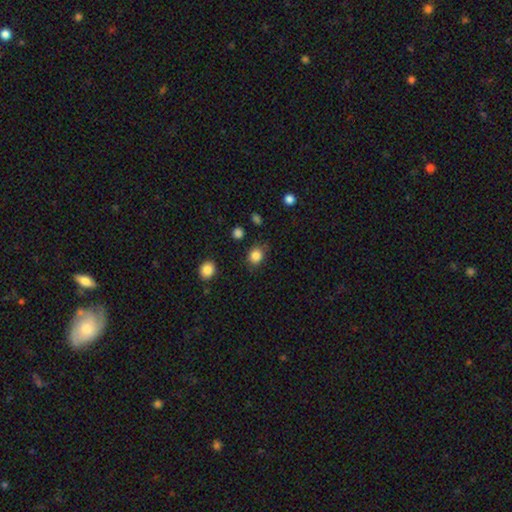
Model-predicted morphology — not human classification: Smooth or featured? smooth (85%)
How rounded? round (71%)
Merging? none (78%)